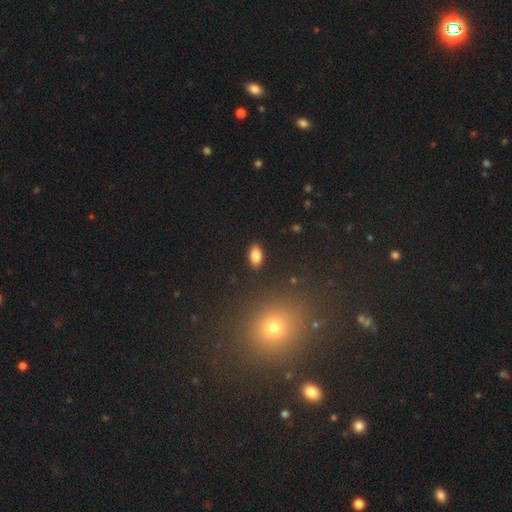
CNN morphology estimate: Smooth or featured? smooth (84%)
How rounded? in between (91%)
Merging? none (89%)